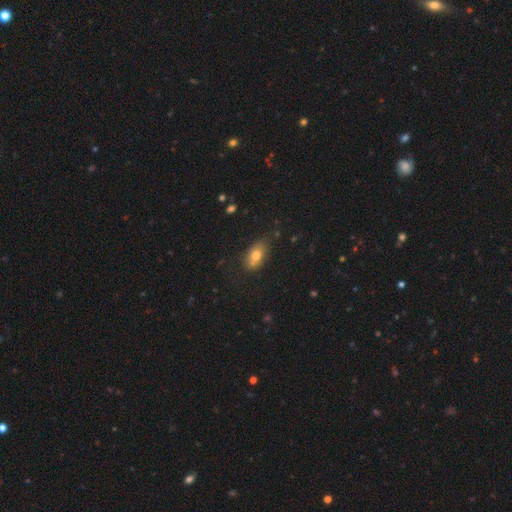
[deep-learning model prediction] A smooth galaxy with no disk features (74%) that is in between round and cigar-shaped (84%). Merging: none (59%).